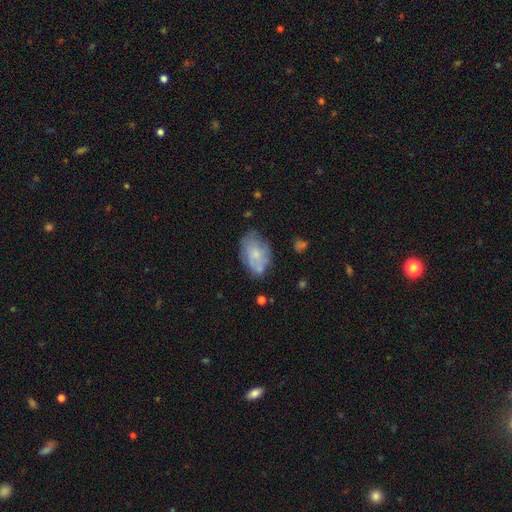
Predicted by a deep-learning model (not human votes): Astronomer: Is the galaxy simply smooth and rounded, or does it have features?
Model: smooth — 55% (runner-up: featured or disk, 37%).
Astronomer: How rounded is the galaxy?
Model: in between — 89%.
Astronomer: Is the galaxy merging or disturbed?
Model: none — 55%.